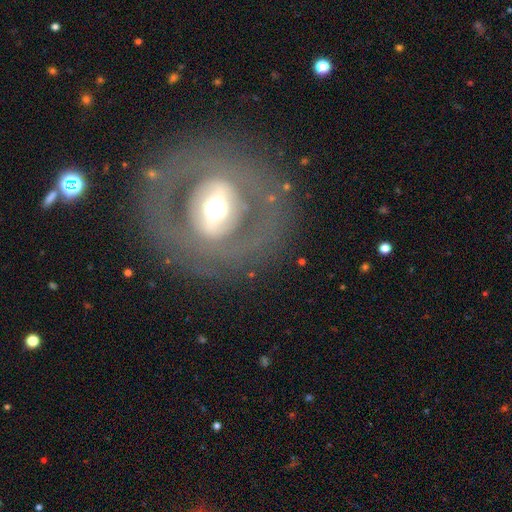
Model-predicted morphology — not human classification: Smooth or featured?
  - featured or disk: 70% *
  - smooth: 22%
  - star or artifact: 8%
Edge-on disk?
  - no: 91% *
  - yes: 9%
Bar?
  - strong: 35% *
  - weak: 32%
  - no: 32%
Spiral arms?
  - no: 69% *
  - yes: 31%
Bulge size?
  - moderate: 58% *
  - large: 24%
  - small: 13%
  - dominant: 3%
  - none: 1%
Merging?
  - none: 80% *
  - minor disturbance: 10%
  - major disturbance: 8%
  - merger: 2%